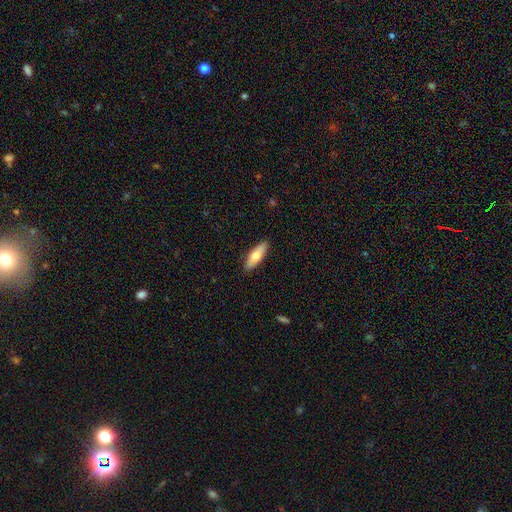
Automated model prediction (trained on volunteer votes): The model was most divided on "how rounded": cigar-shaped: 52%, in between: 46%, round: 2%. More confident: merging — none (89%); smooth or featured — smooth (65%).